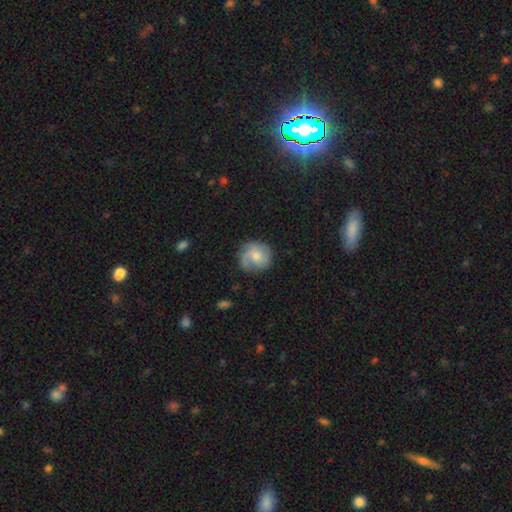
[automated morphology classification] A featured or disk galaxy (52%) with no bar (69%), spiral arms (87%) and a moderate central bulge (46%).

Vote fractions:
- Smooth or featured? featured or disk: 52% / smooth: 40% / star or artifact: 7%
- Edge-on disk? no: 98% / yes: 2%
- Bar? no: 69% / weak: 27% / strong: 3%
- Spiral arms? yes: 87% / no: 13%
- Bulge size? moderate: 46% / small: 45% / none: 5% / large: 3% / dominant: 1%
- Merging? none: 70% / minor disturbance: 20% / major disturbance: 9% / merger: 2%